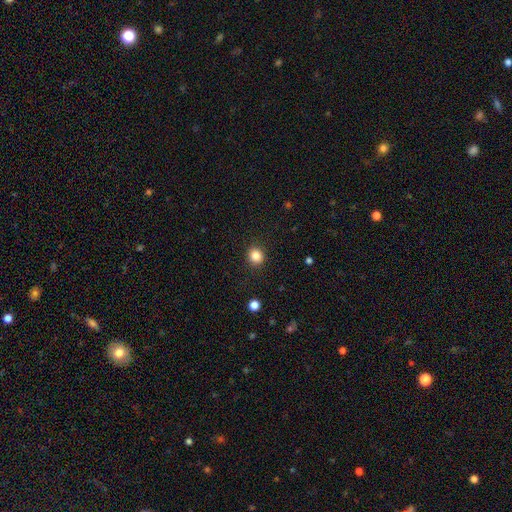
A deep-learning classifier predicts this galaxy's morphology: This is clearly a smooth galaxy (85%). How rounded: clearly round (85%). Merging: clearly none (90%).